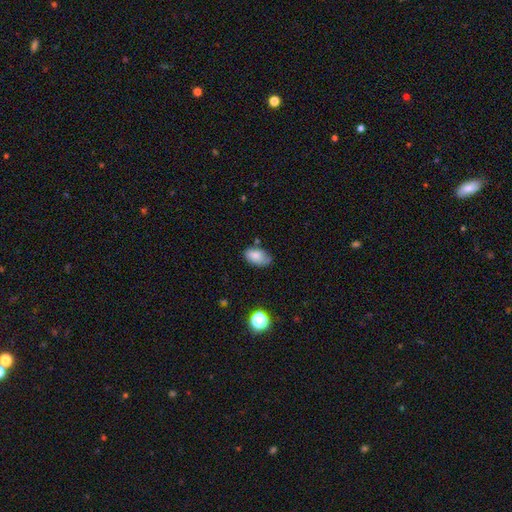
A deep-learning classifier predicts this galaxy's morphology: Smooth or featured? smooth (78%)
How rounded? in between (91%)
Merging? none (55%)